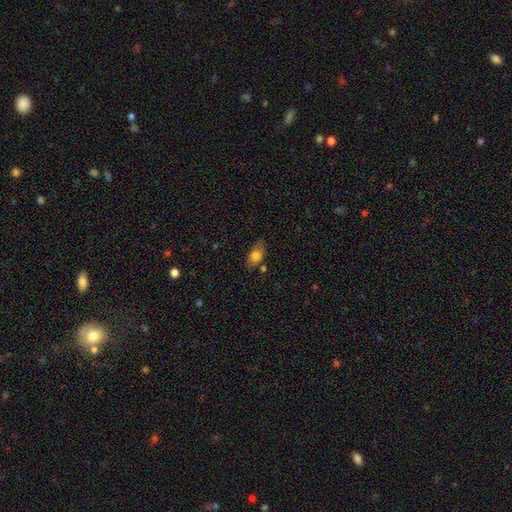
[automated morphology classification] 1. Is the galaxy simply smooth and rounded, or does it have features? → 75% smooth, 17% featured or disk, 8% star or artifact.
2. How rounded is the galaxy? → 86% in between, 10% round, 4% cigar-shaped.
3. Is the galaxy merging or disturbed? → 71% none, 21% minor disturbance, 5% major disturbance, 4% merger.